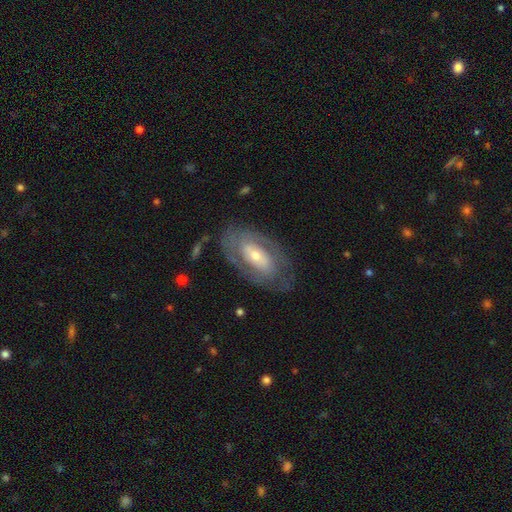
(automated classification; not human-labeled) Morphology: type=featured or disk (71%); edge-on=no (92%); bar=no (51%); spiral arms=yes (63%); bulge=small (48%); merging=none (73%).